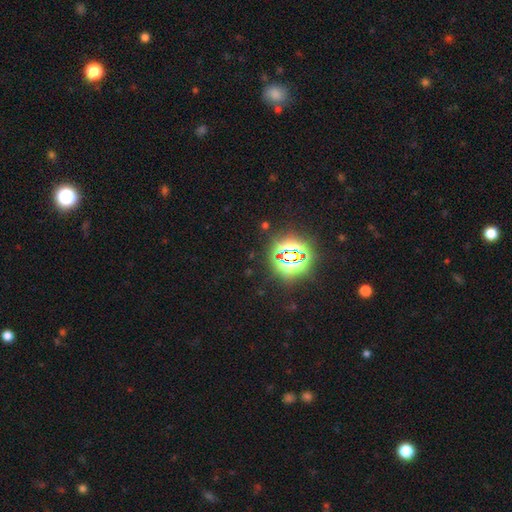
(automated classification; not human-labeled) A star or artifact, not a galaxy (80%).

Vote fractions:
- Smooth or featured? star or artifact: 80% / smooth: 12% / featured or disk: 8%